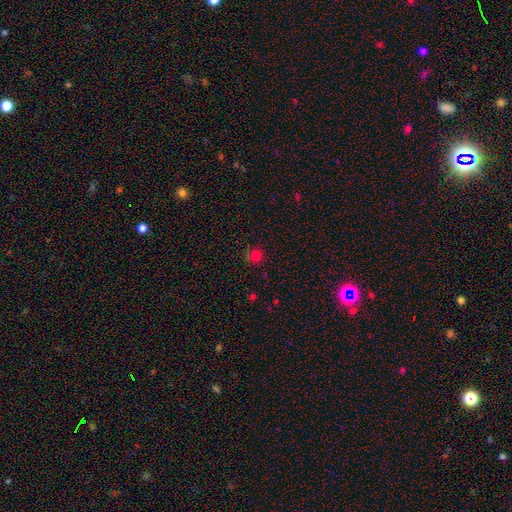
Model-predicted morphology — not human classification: Smooth or featured: smooth — 77% (star or artifact — 19%)
How rounded: round — 89% (in between — 10%)
Merging: none — 82% (minor disturbance — 12%)